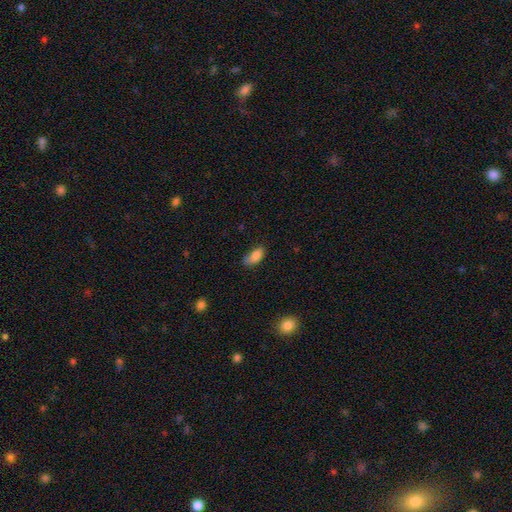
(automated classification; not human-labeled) Q: Smooth or featured?
A: smooth (84%); runner-up: star or artifact (8%)
Q: How rounded?
A: in between (90%); runner-up: cigar-shaped (6%)
Q: Merging?
A: none (55%); runner-up: minor disturbance (34%)